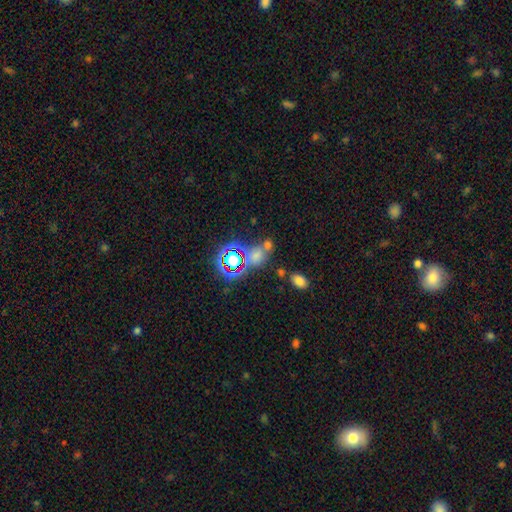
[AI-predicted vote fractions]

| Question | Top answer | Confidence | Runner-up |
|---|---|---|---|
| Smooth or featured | smooth | 51% | star or artifact (38%) |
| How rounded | round | 51% | in between (46%) |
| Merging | none | 51% | merger (30%) |